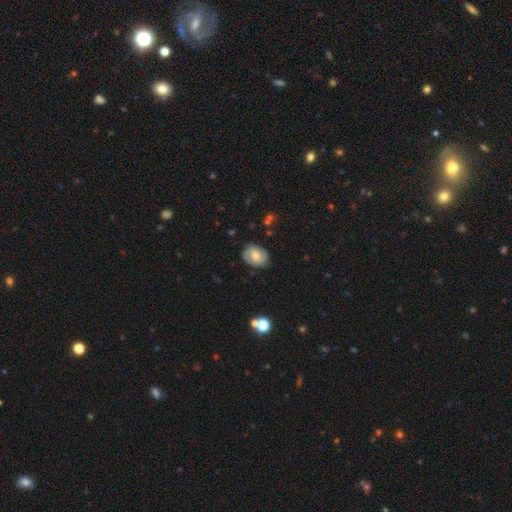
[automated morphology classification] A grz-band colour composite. It shows a featured or disk galaxy (47%). Merging: none (80%).